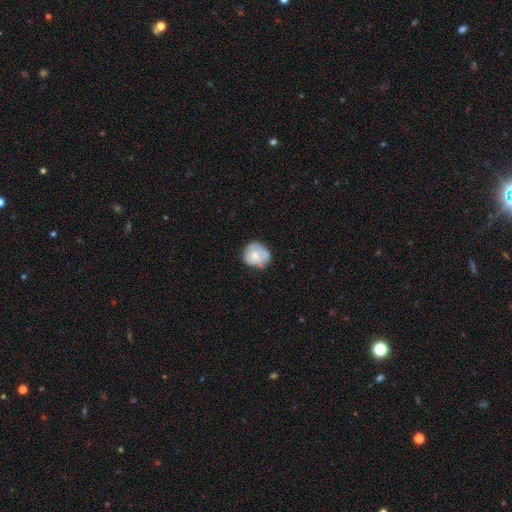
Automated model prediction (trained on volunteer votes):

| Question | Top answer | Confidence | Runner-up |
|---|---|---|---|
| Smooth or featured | smooth | 61% | featured or disk (33%) |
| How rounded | round | 77% | in between (22%) |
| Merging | none | 54% | minor disturbance (33%) |